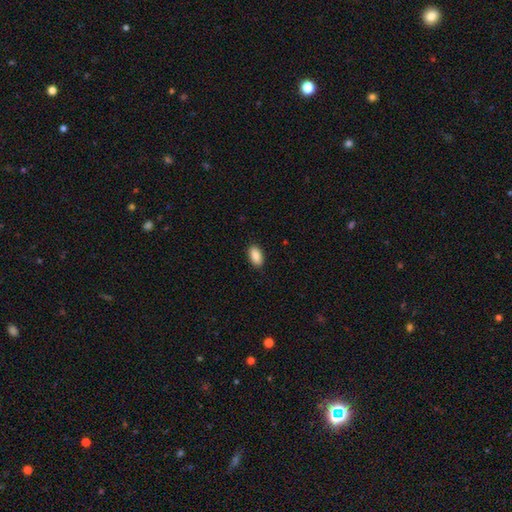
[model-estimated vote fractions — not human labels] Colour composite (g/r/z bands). It shows a smooth galaxy with no disk features (88%) that is in between round and cigar-shaped (94%). Merging: none (89%).